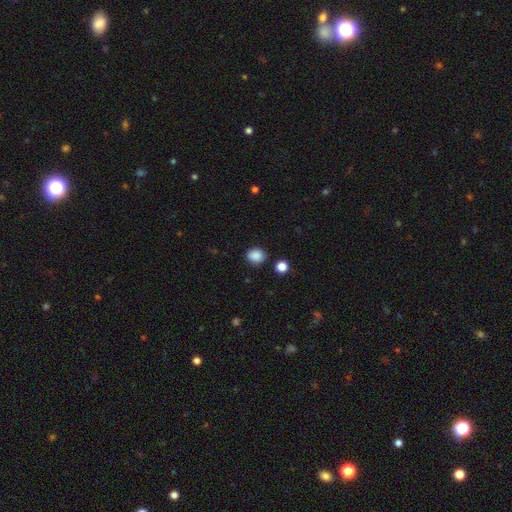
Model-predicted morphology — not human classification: This appears to be a smooth galaxy with no disk features (87%) that is round (66%). Merging: none (87%).